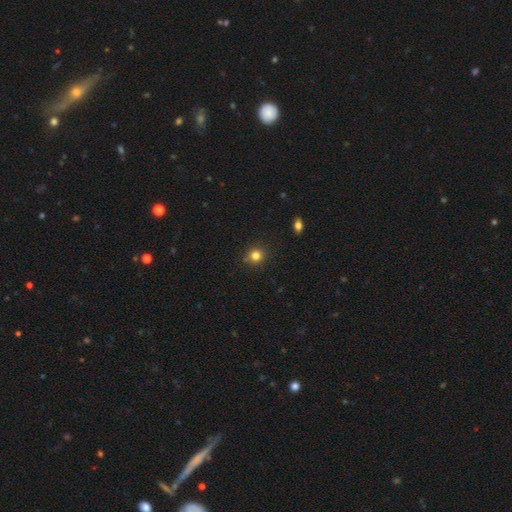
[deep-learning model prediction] Smooth or featured?
  - smooth: 81% *
  - star or artifact: 13%
  - featured or disk: 6%
How rounded?
  - round: 90% *
  - in between: 9%
  - cigar-shaped: 1%
Merging?
  - none: 88% *
  - minor disturbance: 8%
  - major disturbance: 2%
  - merger: 1%